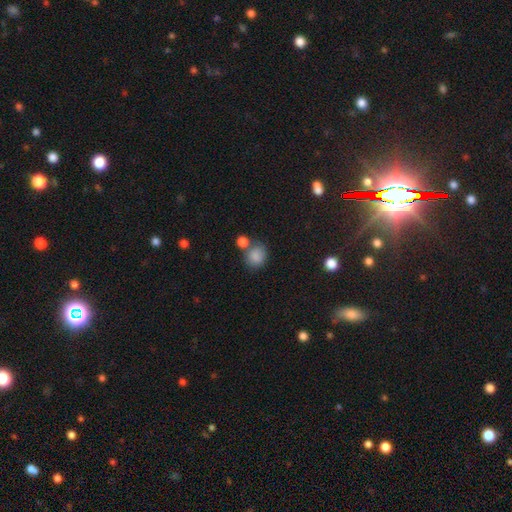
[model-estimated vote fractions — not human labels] smooth_or_featured: smooth (p=0.84) [alt: star or artifact p=0.09]
how_rounded: round (p=0.71) [alt: in between p=0.28]
merging: none (p=0.56) [alt: merger p=0.23]